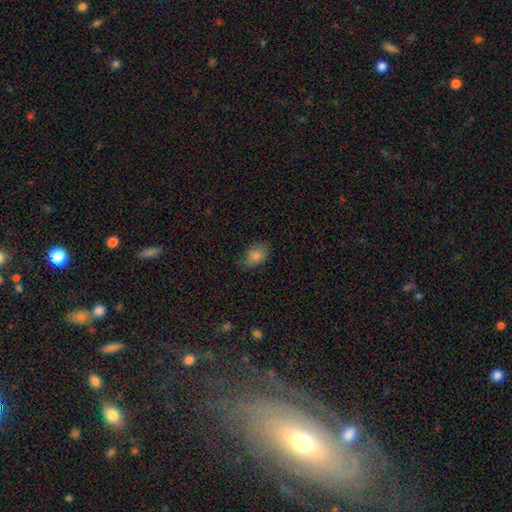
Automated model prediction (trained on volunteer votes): Smooth or featured? smooth (80%)
How rounded? in between (78%)
Merging? none (69%)